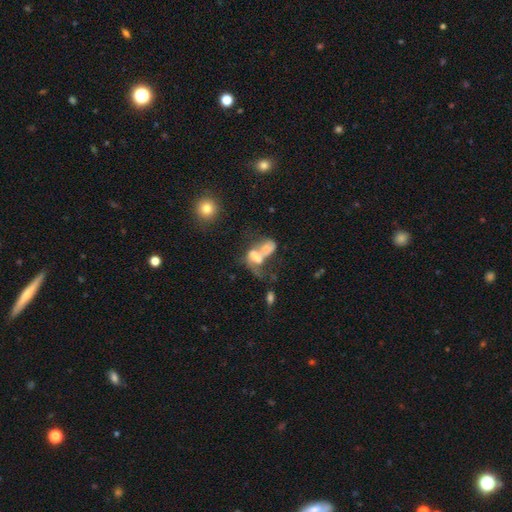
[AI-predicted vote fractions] Smooth or featured?
  - featured or disk: 45% *
  - smooth: 41%
  - star or artifact: 14%
Merging?
  - merger: 67% *
  - major disturbance: 17%
  - none: 10%
  - minor disturbance: 6%